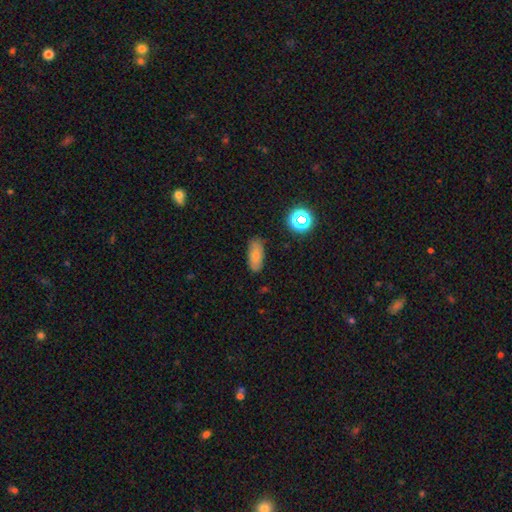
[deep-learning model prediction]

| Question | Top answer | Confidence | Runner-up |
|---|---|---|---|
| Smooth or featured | smooth | 75% | featured or disk (14%) |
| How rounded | in between | 82% | cigar-shaped (13%) |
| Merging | none | 82% | minor disturbance (14%) |